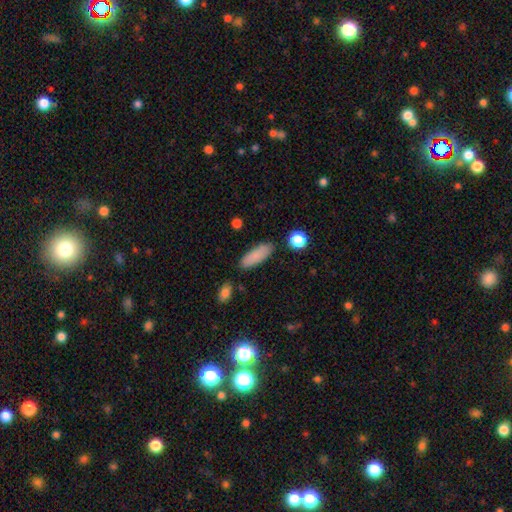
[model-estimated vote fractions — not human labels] Morphology: type=smooth (85%); roundness=in between (63%); merging=none (82%).